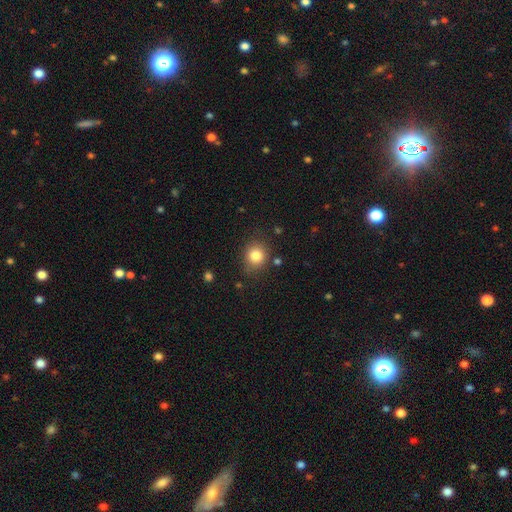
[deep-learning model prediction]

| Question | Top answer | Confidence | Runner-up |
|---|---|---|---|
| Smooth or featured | smooth | 83% | star or artifact (11%) |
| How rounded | round | 76% | in between (23%) |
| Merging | none | 81% | minor disturbance (13%) |